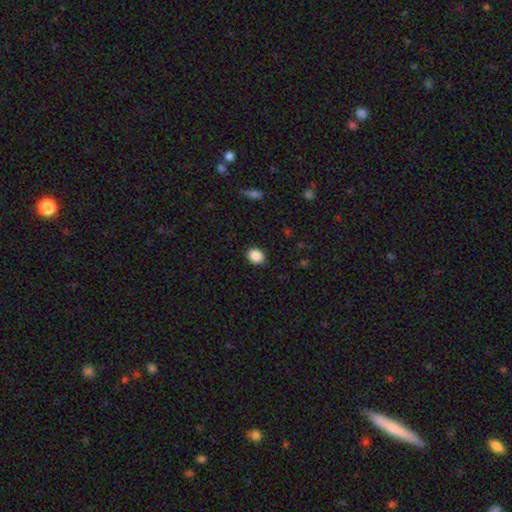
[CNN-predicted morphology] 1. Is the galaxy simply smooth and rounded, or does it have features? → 88% smooth, 9% star or artifact, 3% featured or disk.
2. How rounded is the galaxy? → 56% round, 43% in between, 1% cigar-shaped.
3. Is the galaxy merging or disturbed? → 90% none, 7% minor disturbance, 2% major disturbance, 1% merger.